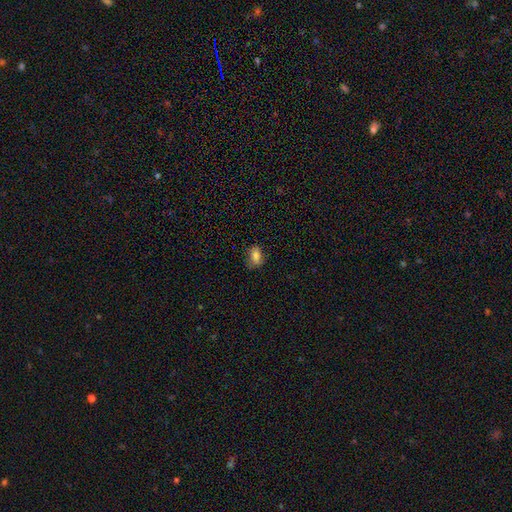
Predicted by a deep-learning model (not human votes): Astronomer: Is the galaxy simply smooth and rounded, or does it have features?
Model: smooth — 78%.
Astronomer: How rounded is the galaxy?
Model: in between — 77%.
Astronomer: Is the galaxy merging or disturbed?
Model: none — 73%.